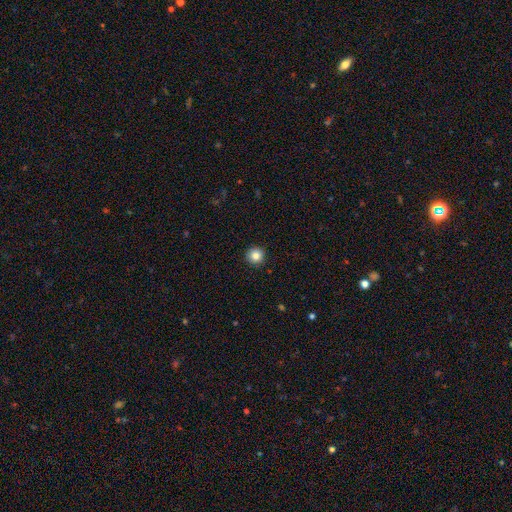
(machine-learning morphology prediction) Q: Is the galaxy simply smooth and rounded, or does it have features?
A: smooth — 84%.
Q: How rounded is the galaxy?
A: round — 95%.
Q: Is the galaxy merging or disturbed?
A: none — 92%.